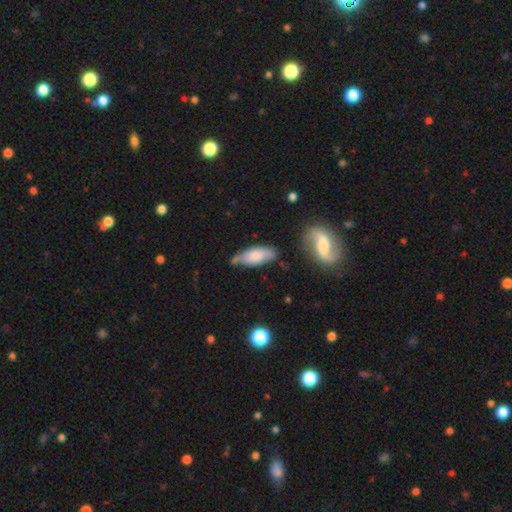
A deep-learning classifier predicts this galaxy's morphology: smooth 71%, featured or disk 22%, star or artifact 7%. Down the decision tree: how rounded — in between (77%); merging — none (55%).